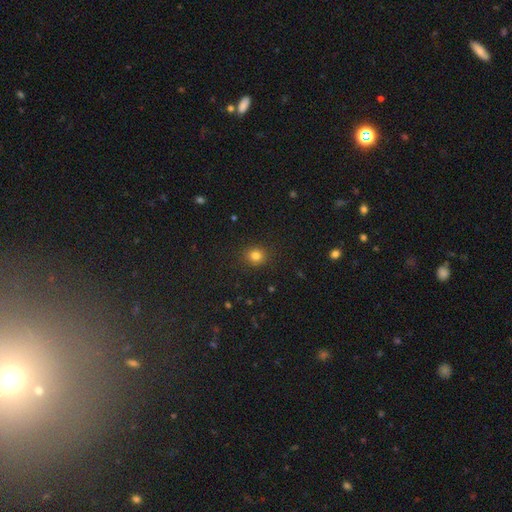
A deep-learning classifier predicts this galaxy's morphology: Smooth or featured? Predicted: smooth (p=0.81). How rounded? Predicted: round (p=0.84). Merging? Predicted: none (p=0.90).